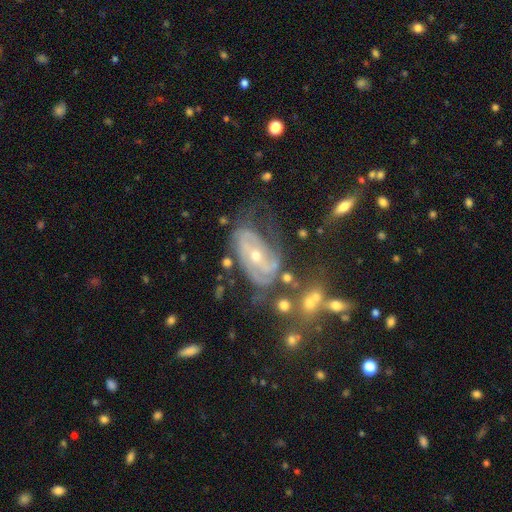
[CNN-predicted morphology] Smooth or featured? Predicted: featured or disk (p=0.82). Edge-on disk? Predicted: no (p=0.95). Bar? Predicted: no (p=0.49). Spiral arms? Predicted: yes (p=0.89). Spiral winding? Predicted: tight (p=0.56). Spiral arm count? Predicted: 2 (p=0.42). Bulge size? Predicted: small (p=0.54). Merging? Predicted: none (p=0.45).